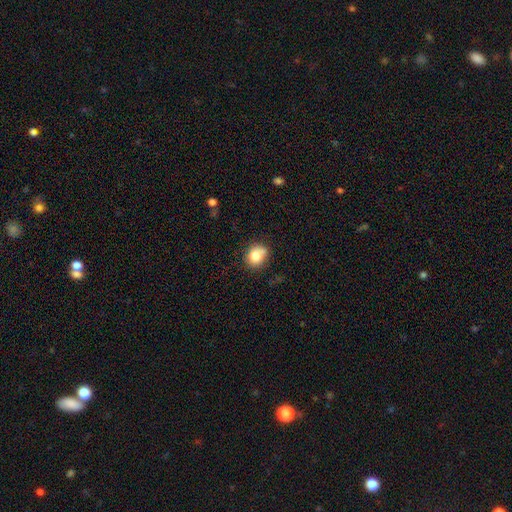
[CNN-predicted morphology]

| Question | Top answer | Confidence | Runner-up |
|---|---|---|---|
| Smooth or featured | smooth | 79% | star or artifact (10%) |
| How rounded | round | 69% | in between (30%) |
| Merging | none | 67% | minor disturbance (22%) |